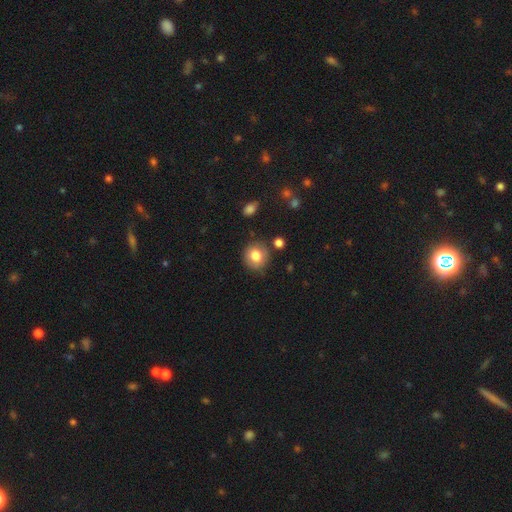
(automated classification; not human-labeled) The model was most divided on "smooth or featured": smooth: 80%, featured or disk: 11%, star or artifact: 9%. More confident: how rounded — round (85%); merging — none (82%).